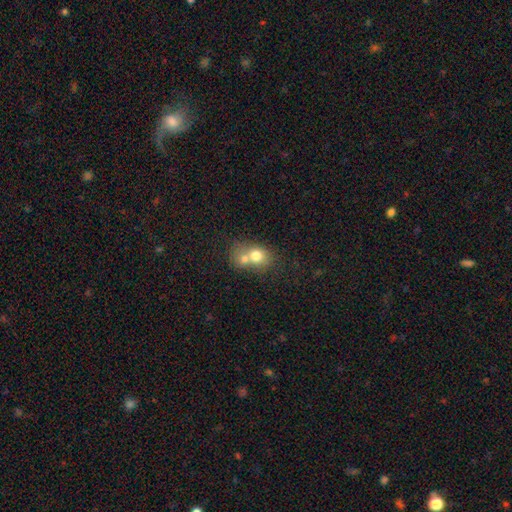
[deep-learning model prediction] smooth 71%, featured or disk 19%, star or artifact 9%. Down the decision tree: how rounded — round (59%); merging — merger (68%).